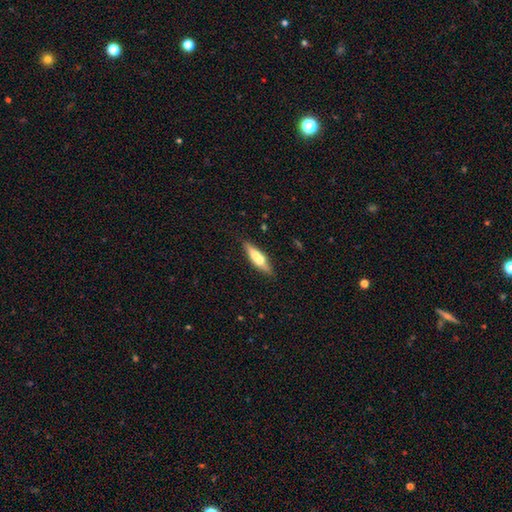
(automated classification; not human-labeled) Smooth or featured?
  - smooth: 50% *
  - featured or disk: 44%
  - star or artifact: 6%
Merging?
  - none: 66% *
  - merger: 17%
  - minor disturbance: 14%
  - major disturbance: 4%